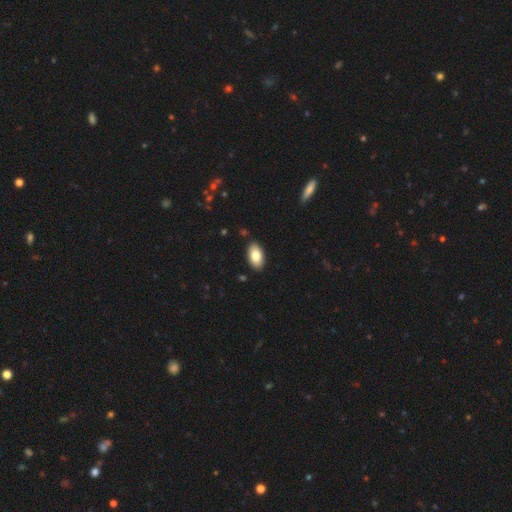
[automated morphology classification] The model was most divided on "smooth or featured": smooth: 81%, featured or disk: 12%, star or artifact: 7%. More confident: how rounded — in between (95%); merging — none (89%).